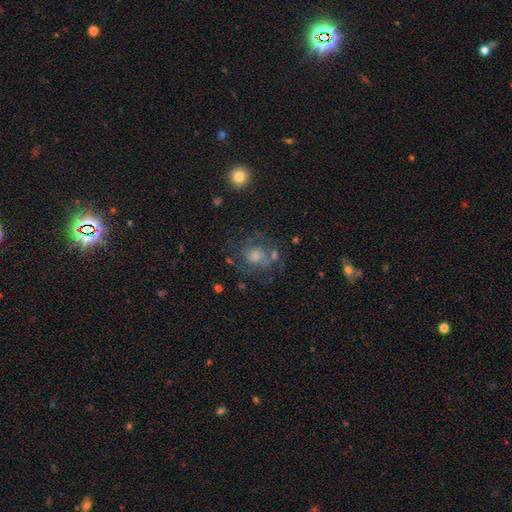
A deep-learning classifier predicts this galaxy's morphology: This is possibly a featured or disk galaxy (56%). It is clearly not viewed edge-on (97%). Bar: likely no (78%). Spiral arm pattern: likely yes (70%). Central bulge: marginally moderate (44%). Merging: likely none (62%).